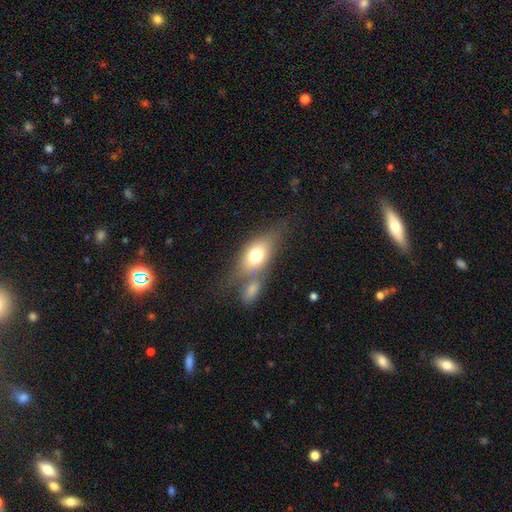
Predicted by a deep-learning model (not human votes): This appears to be a smooth galaxy with no disk features (65%) that is in between round and cigar-shaped (80%). Merging: none (41%).